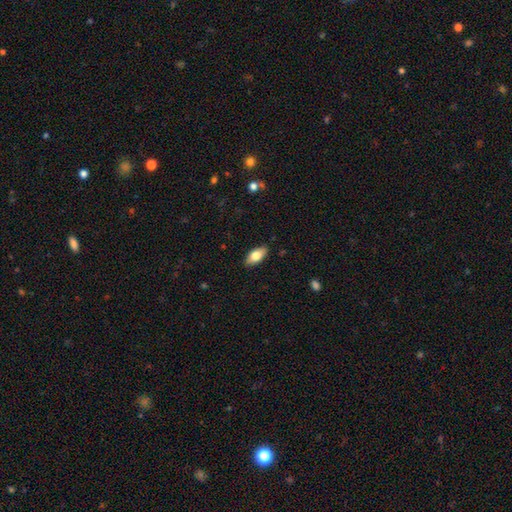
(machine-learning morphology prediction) Q: Smooth or featured?
A: smooth (73%); runner-up: featured or disk (21%)
Q: How rounded?
A: in between (88%); runner-up: cigar-shaped (9%)
Q: Merging?
A: none (88%); runner-up: minor disturbance (9%)